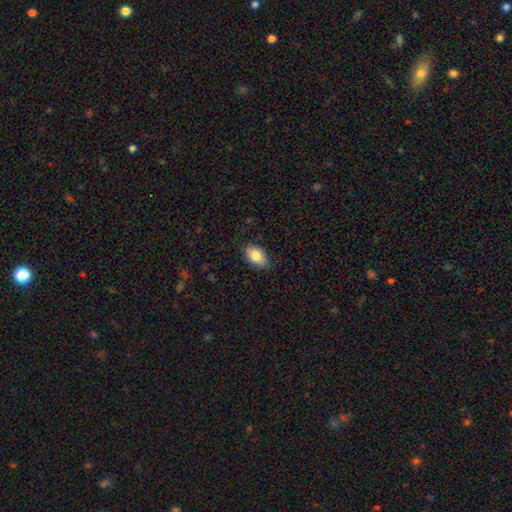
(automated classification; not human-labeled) A smooth galaxy with no disk features (83%) that is in between round and cigar-shaped (91%).

Vote fractions:
- Smooth or featured? smooth: 83% / featured or disk: 10% / star or artifact: 7%
- How rounded? in between: 91% / round: 8% / cigar-shaped: 2%
- Merging? none: 80% / minor disturbance: 16% / major disturbance: 3% / merger: 1%